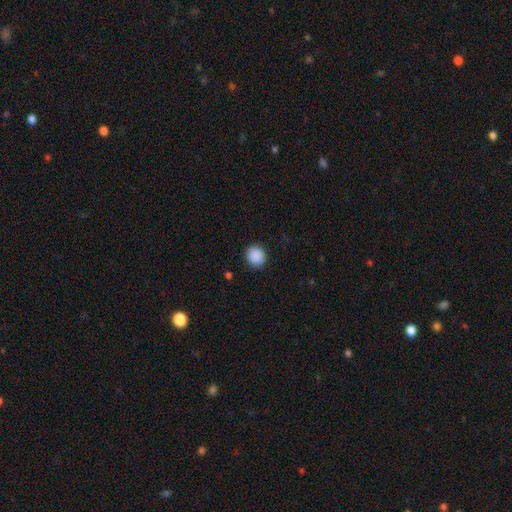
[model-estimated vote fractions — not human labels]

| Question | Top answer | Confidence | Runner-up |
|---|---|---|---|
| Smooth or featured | smooth | 90% | star or artifact (8%) |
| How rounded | round | 85% | in between (14%) |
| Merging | none | 90% | minor disturbance (7%) |